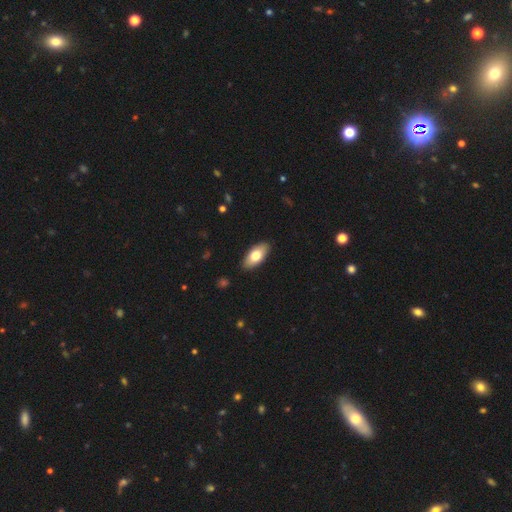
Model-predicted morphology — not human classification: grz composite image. It shows a smooth galaxy with no disk features (75%) that is in between round and cigar-shaped (90%). Merging: none (89%).